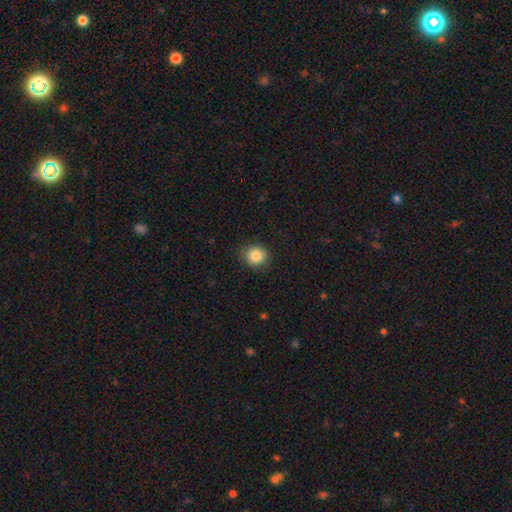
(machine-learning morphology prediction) This is clearly a smooth galaxy (86%). How rounded: clearly round (82%). Merging: clearly none (84%).